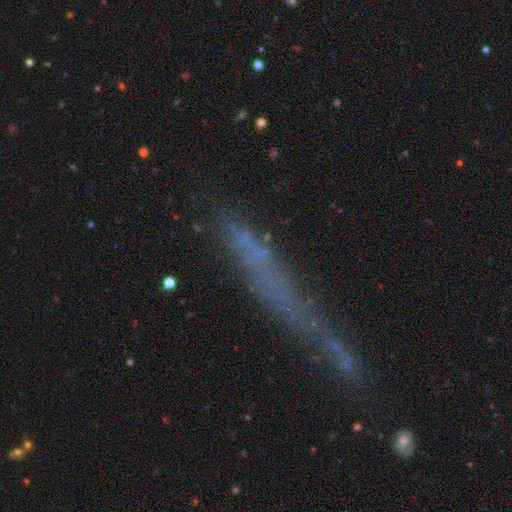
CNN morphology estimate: A smooth galaxy with no disk features (39%).

Vote fractions:
- Smooth or featured? smooth: 39% / featured or disk: 35% / star or artifact: 26%
- Merging? none: 49% / minor disturbance: 21% / major disturbance: 20% / merger: 10%